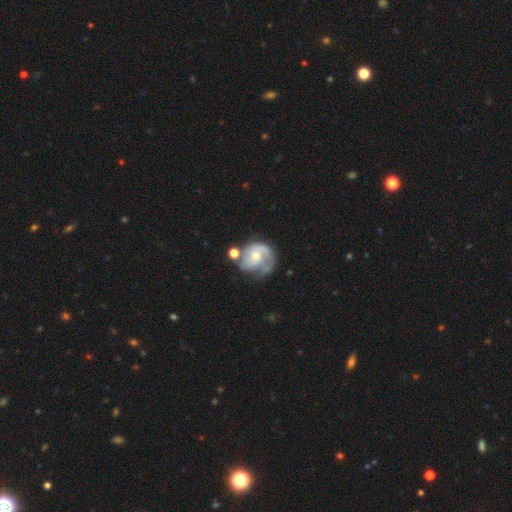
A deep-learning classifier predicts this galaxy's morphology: type=featured or disk (81%); edge-on=no (98%); bar=no (60%); spiral arms=yes (94%); winding=medium (46%); arm count=2 (58%); bulge=small (51%); merging=none (51%).